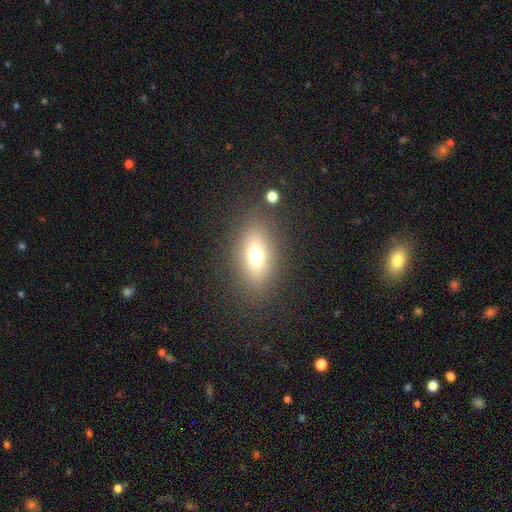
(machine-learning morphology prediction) smooth 65%, featured or disk 21%, star or artifact 14%. Down the decision tree: how rounded — in between (75%); merging — none (82%).